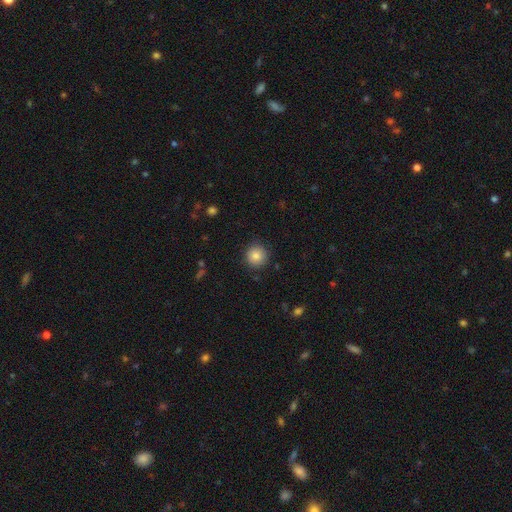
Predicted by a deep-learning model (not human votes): smooth_or_featured: smooth (p=0.83) [alt: star or artifact p=0.10]
how_rounded: round (p=0.95) [alt: in between p=0.04]
merging: none (p=0.89) [alt: minor disturbance p=0.07]